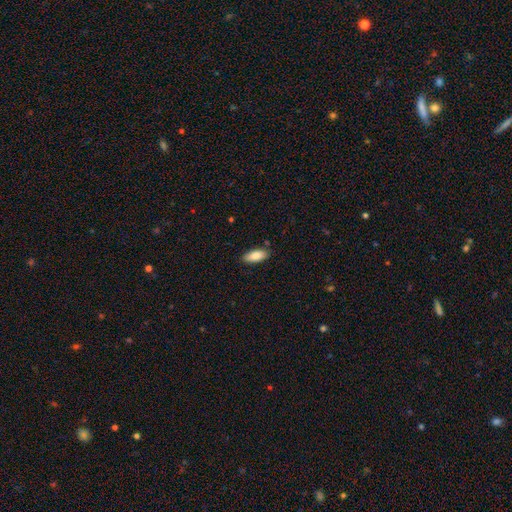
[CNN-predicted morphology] A smooth galaxy with no disk features (85%) that is in between round and cigar-shaped (83%).

Vote fractions:
- Smooth or featured? smooth: 85% / featured or disk: 9% / star or artifact: 6%
- How rounded? in between: 83% / cigar-shaped: 15% / round: 2%
- Merging? none: 85% / minor disturbance: 11% / major disturbance: 2% / merger: 2%